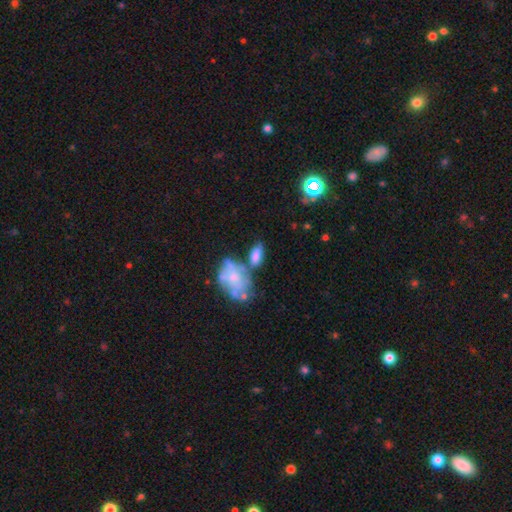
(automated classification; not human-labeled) The model was most divided on "merging": none: 40%, merger: 30%, minor disturbance: 20%, major disturbance: 10%. More confident: how rounded — in between (85%); smooth or featured — smooth (64%).